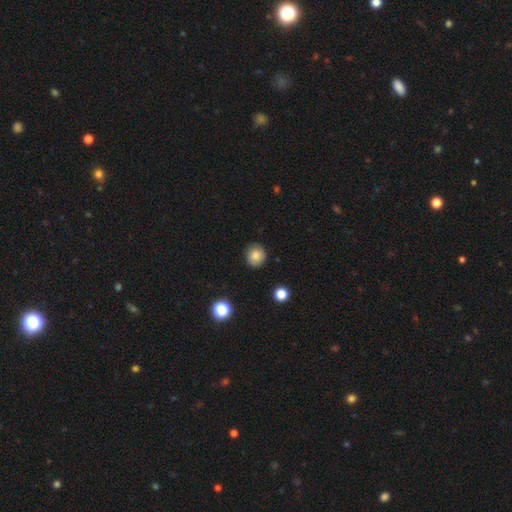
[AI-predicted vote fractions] Overall: smooth (84%). How rounded: round (87%). Merging: none (88%).